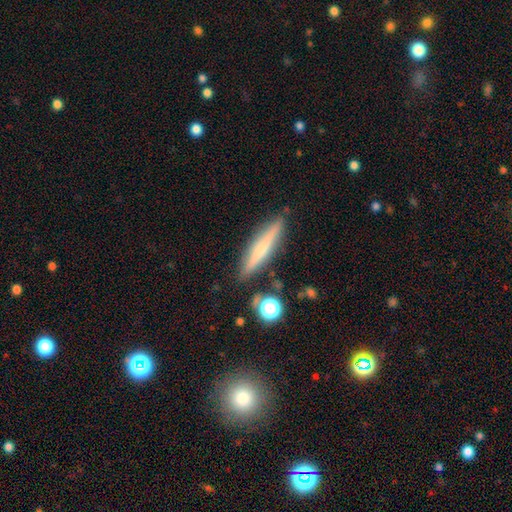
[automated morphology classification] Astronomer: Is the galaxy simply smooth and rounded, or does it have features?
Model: smooth — 48% (runner-up: featured or disk, 44%).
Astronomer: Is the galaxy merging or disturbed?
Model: none — 86%.